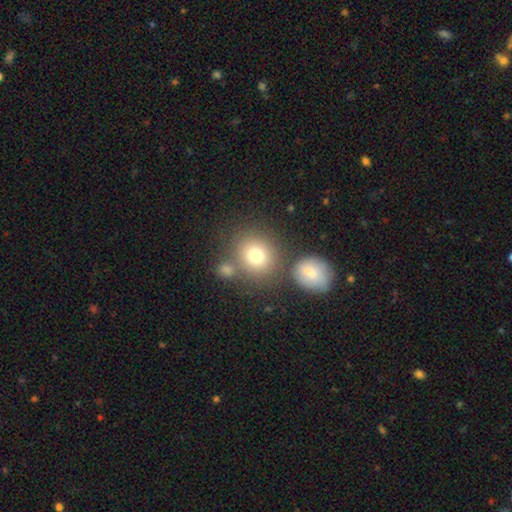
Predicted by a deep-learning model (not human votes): smooth-or-featured: smooth: 77% | star or artifact: 12% | featured or disk: 11%
  how-rounded: round: 83% | in between: 16% | cigar-shaped: 1%
  merging: none: 69% | merger: 16% | minor disturbance: 10% | major disturbance: 5%